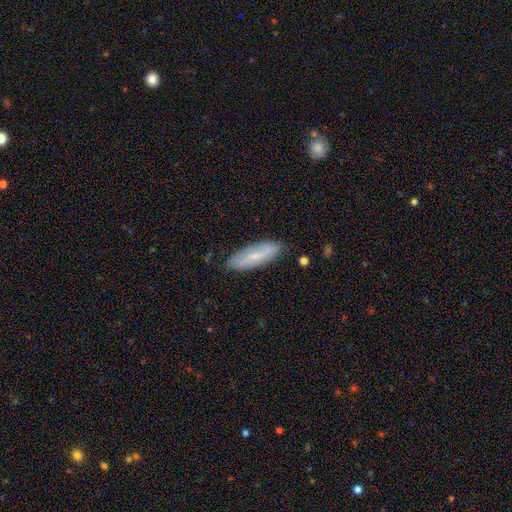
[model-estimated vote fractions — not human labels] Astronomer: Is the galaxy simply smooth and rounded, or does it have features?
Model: smooth — 54% (runner-up: featured or disk, 39%).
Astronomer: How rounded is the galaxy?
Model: in between — 55% (runner-up: cigar-shaped, 43%).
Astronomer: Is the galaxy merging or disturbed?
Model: none — 81%.